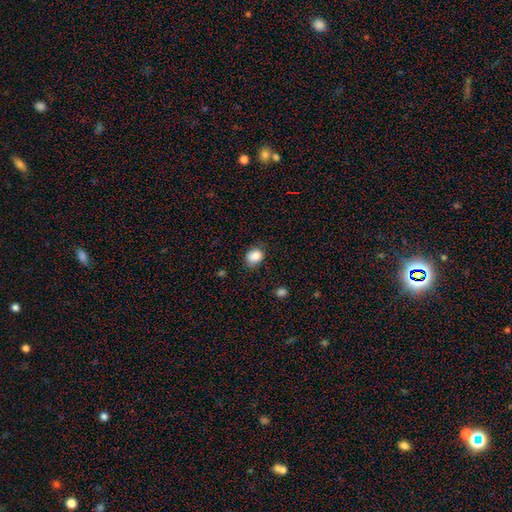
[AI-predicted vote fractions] The model was most divided on "how rounded": in between: 53%, round: 46%, cigar-shaped: 1%. More confident: smooth or featured — smooth (86%); merging — none (74%).